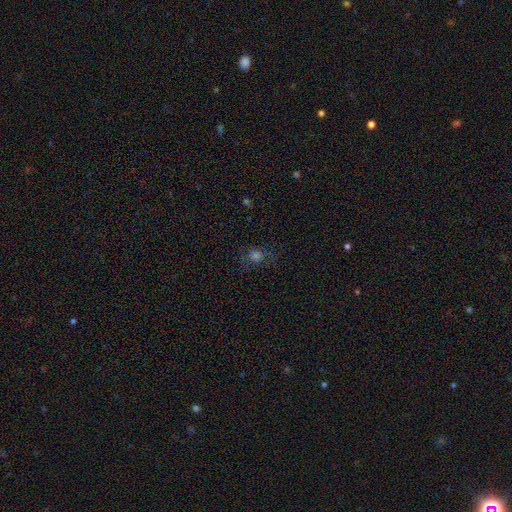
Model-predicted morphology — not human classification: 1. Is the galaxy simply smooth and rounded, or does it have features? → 48% smooth, 33% star or artifact, 19% featured or disk.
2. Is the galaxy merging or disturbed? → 69% none, 17% minor disturbance, 13% major disturbance, 2% merger.